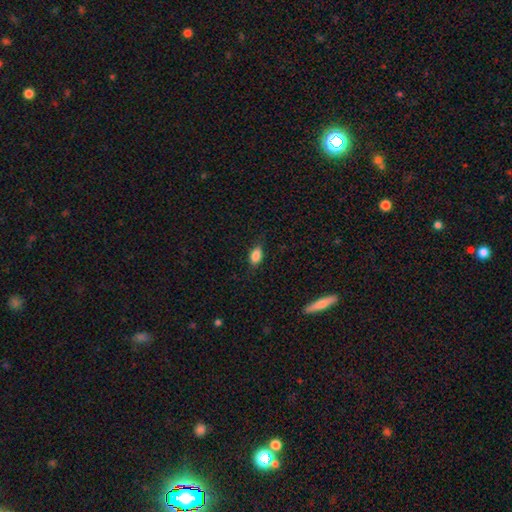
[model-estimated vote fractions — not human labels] This appears to be a smooth galaxy with no disk features (84%) that is in between round and cigar-shaped (85%). Merging: none (81%).